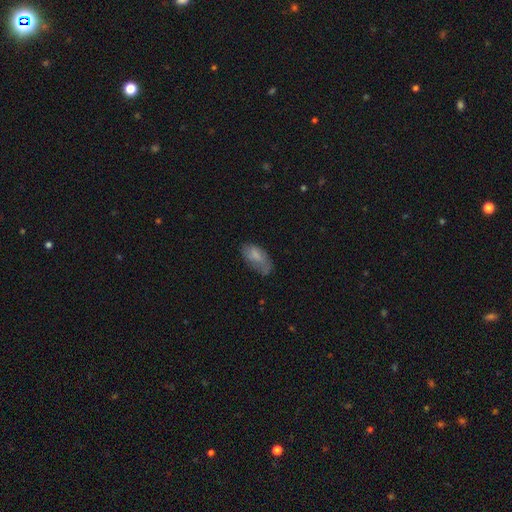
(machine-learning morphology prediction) Overall: smooth (74%). How rounded: in between (92%). Merging: none (51%; minor disturbance 33%).